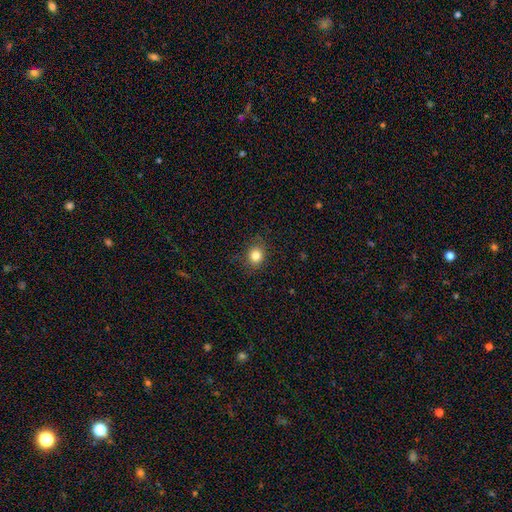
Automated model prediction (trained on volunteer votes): Smooth or featured?
  - smooth: 82% *
  - star or artifact: 11%
  - featured or disk: 6%
How rounded?
  - round: 69% *
  - in between: 30%
  - cigar-shaped: 1%
Merging?
  - none: 84% *
  - minor disturbance: 12%
  - major disturbance: 3%
  - merger: 1%